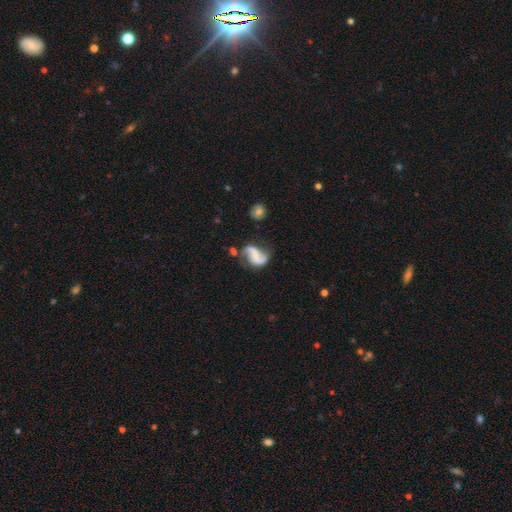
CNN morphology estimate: A featured or disk galaxy (78%) with no bar (39%), 2 (89%) loose (65%) spiral arms (93%) and no central bulge (61%).

Vote fractions:
- Smooth or featured? featured or disk: 78% / smooth: 15% / star or artifact: 7%
- Edge-on disk? no: 98% / yes: 2%
- Bar? no: 39% / weak: 34% / strong: 27%
- Spiral arms? yes: 93% / no: 7%
- Spiral winding? loose: 65% / medium: 27% / tight: 7%
- Spiral arm count? 2: 89% / 1: 5% / can't tell: 3% / 3: 1% / 4: 1% / more than 4: 1%
- Bulge size? none: 61% / small: 22% / moderate: 11% / large: 4% / dominant: 2%
- Merging? none: 56% / minor disturbance: 21% / major disturbance: 14% / merger: 9%